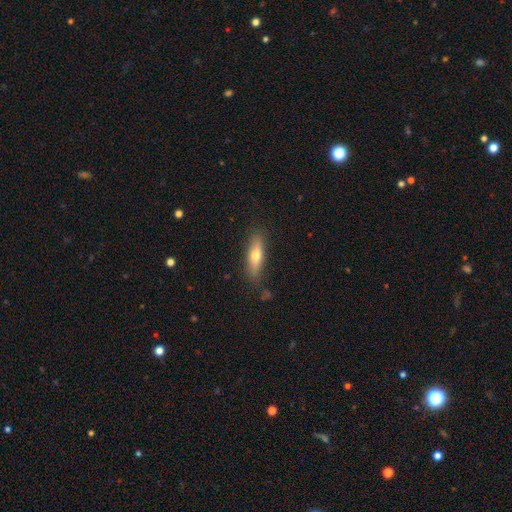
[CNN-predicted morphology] This is possibly a smooth galaxy (57%). How rounded: likely cigar-shaped (65%). Merging: clearly none (84%).